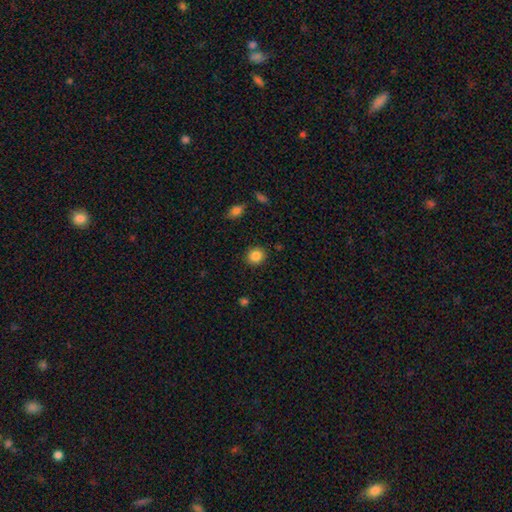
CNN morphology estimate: smooth-or-featured: smooth: 87% | star or artifact: 10% | featured or disk: 4%
  how-rounded: round: 81% | in between: 18% | cigar-shaped: 1%
  merging: none: 89% | minor disturbance: 7% | major disturbance: 2% | merger: 1%